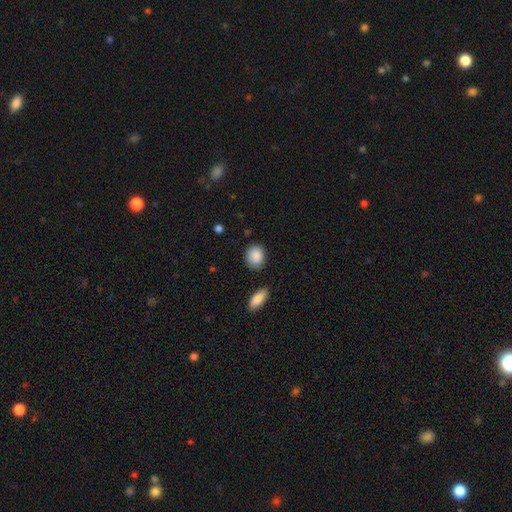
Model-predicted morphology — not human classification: The model was most divided on "how rounded": round: 50%, in between: 48%, cigar-shaped: 2%. More confident: smooth or featured — smooth (89%); merging — none (81%).